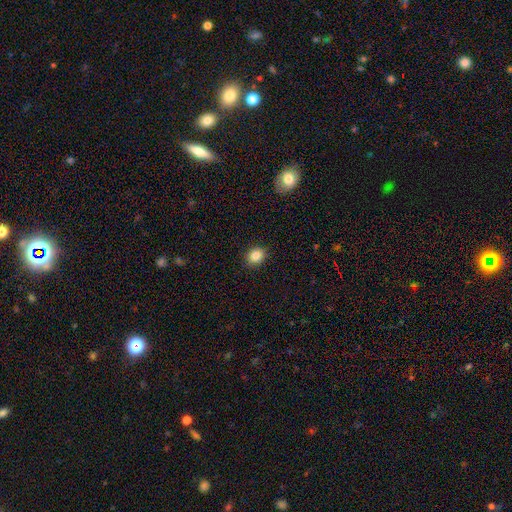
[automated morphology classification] type=smooth (86%); roundness=round (64%); merging=none (89%).